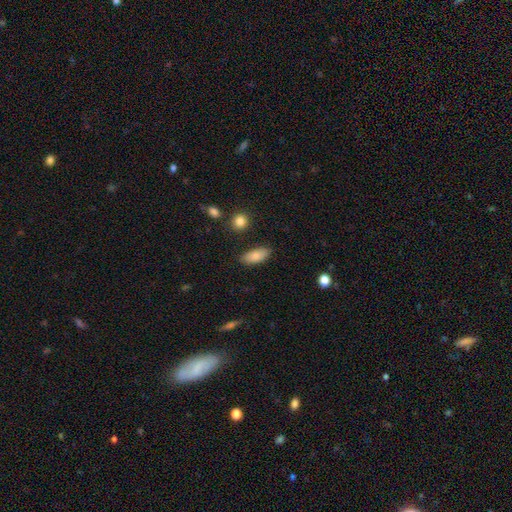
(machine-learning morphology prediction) smooth_or_featured: smooth (p=0.84) [alt: featured or disk p=0.09]
how_rounded: in between (p=0.86) [alt: cigar-shaped p=0.11]
merging: none (p=0.84) [alt: minor disturbance p=0.11]